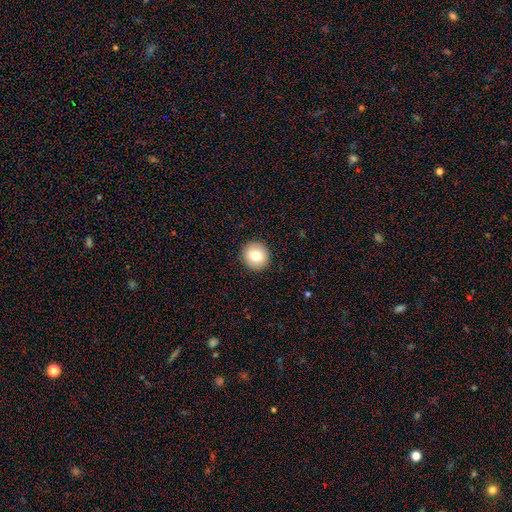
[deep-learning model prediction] Smooth or featured?
  - smooth: 79% *
  - featured or disk: 12%
  - star or artifact: 9%
How rounded?
  - round: 93% *
  - in between: 6%
  - cigar-shaped: 1%
Merging?
  - none: 93% *
  - minor disturbance: 5%
  - major disturbance: 2%
  - merger: 1%